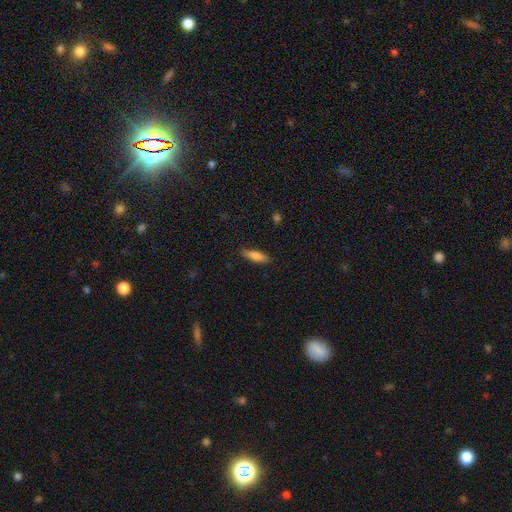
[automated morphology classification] smooth_or_featured: smooth (p=0.78) [alt: featured or disk p=0.16]
how_rounded: cigar-shaped (p=0.54) [alt: in between p=0.44]
merging: none (p=0.84) [alt: minor disturbance p=0.13]